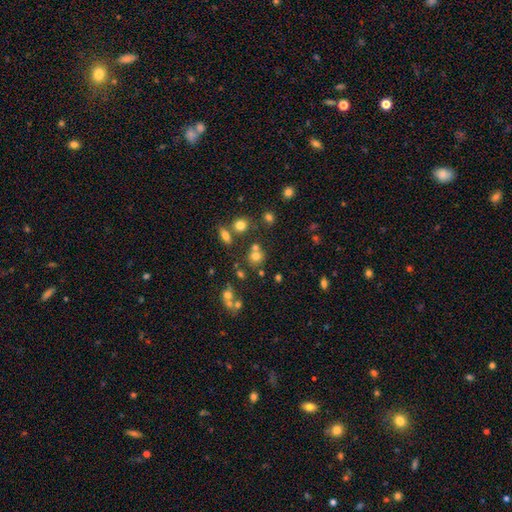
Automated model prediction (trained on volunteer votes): smooth-or-featured: smooth: 69% | star or artifact: 19% | featured or disk: 12%
  how-rounded: round: 84% | in between: 14% | cigar-shaped: 1%
  merging: none: 62% | merger: 23% | minor disturbance: 11% | major disturbance: 4%